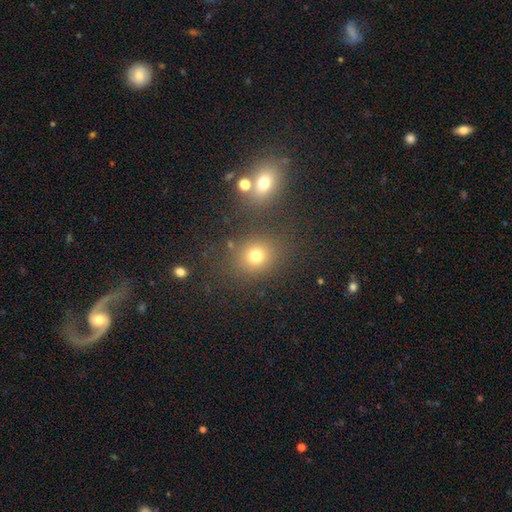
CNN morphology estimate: type=smooth (74%); roundness=round (74%); merging=none (75%).